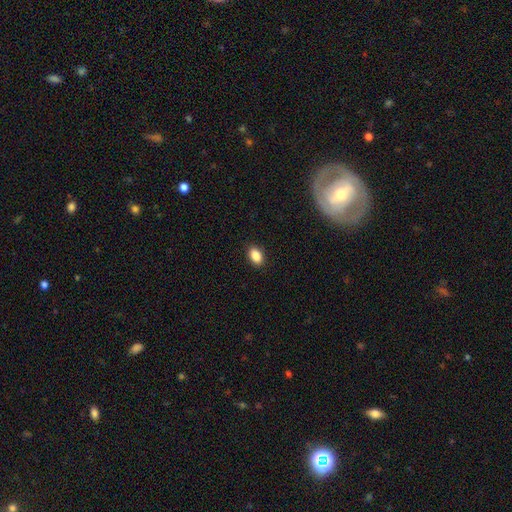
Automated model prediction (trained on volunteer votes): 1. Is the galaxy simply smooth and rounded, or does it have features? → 88% smooth, 8% star or artifact, 4% featured or disk.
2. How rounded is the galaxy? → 88% in between, 11% round, 2% cigar-shaped.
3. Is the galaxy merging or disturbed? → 90% none, 8% minor disturbance, 2% major disturbance, 1% merger.